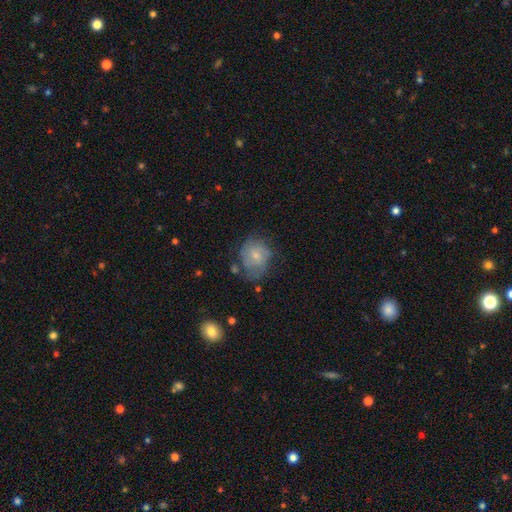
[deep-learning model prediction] A smooth galaxy with no disk features (56%) that is round (65%). Merging: none (48%).